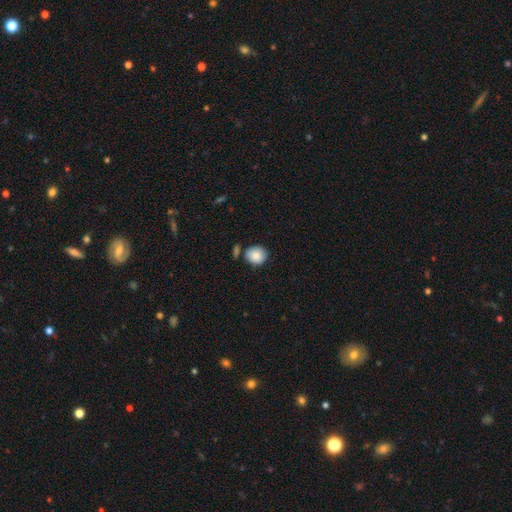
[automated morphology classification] A smooth galaxy with no disk features (86%) that is round (83%). Merging: none (70%).